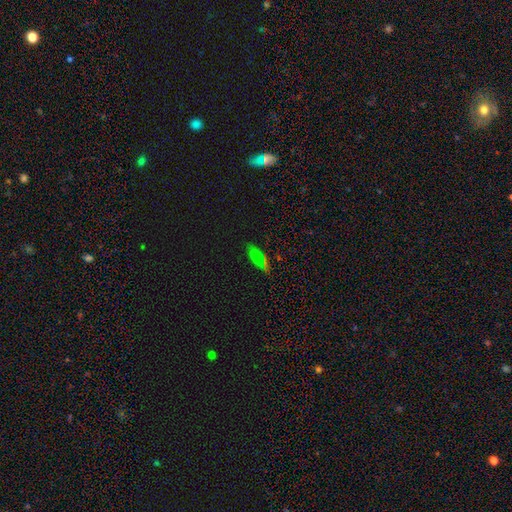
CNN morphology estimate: Smooth or featured? smooth (61%)
How rounded? in between (73%)
Merging? none (75%)